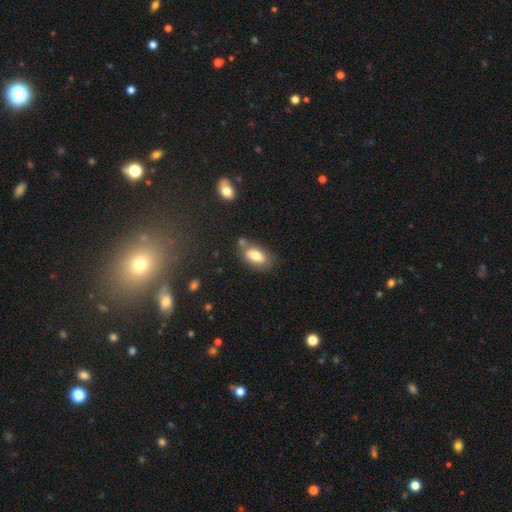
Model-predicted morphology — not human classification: type=smooth (77%); roundness=in between (91%); merging=none (58%).